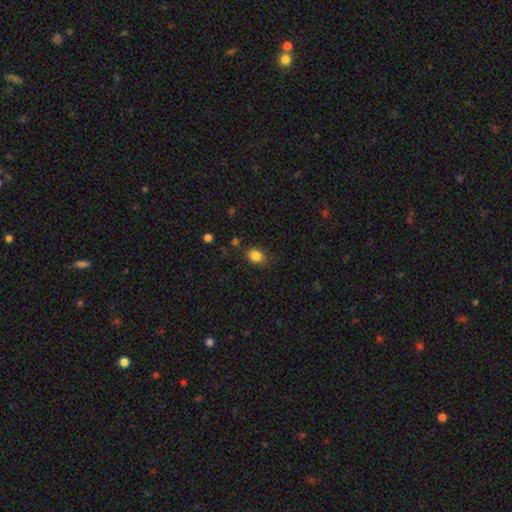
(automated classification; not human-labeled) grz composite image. It shows a smooth galaxy with no disk features (84%) that is in between round and cigar-shaped (73%). Merging: none (76%).